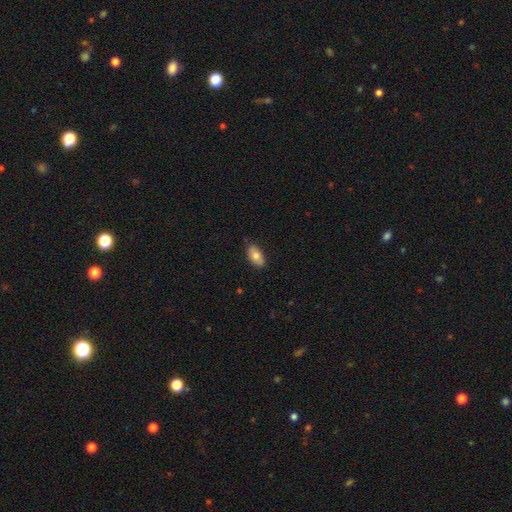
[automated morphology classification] smooth-or-featured: smooth: 77% | featured or disk: 16% | star or artifact: 7%
  how-rounded: in between: 92% | cigar-shaped: 5% | round: 3%
  merging: none: 84% | minor disturbance: 13% | major disturbance: 2% | merger: 1%